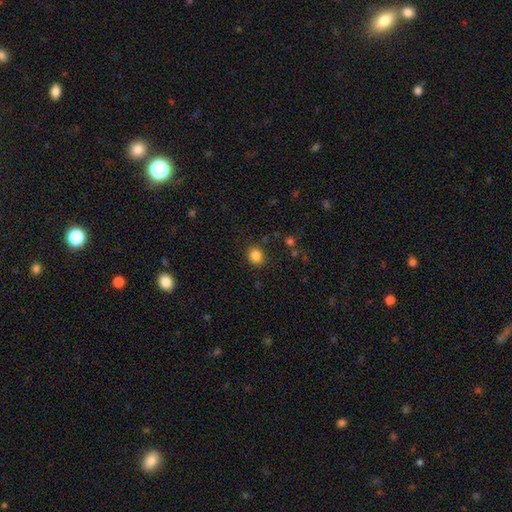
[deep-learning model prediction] The model was most divided on "how rounded": round: 75%, in between: 24%, cigar-shaped: 1%. More confident: merging — none (86%); smooth or featured — smooth (85%).